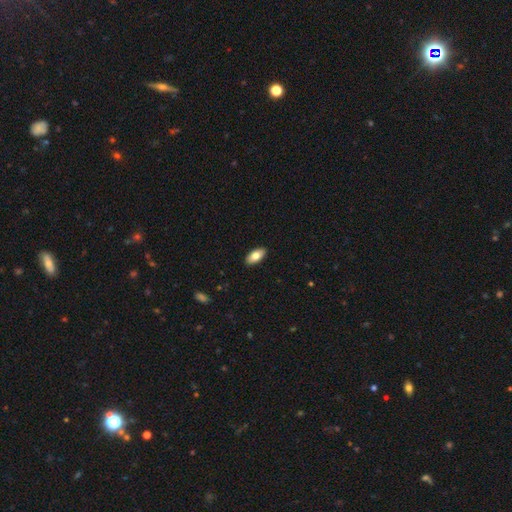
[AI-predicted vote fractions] Q: Smooth or featured?
A: smooth (78%); runner-up: featured or disk (16%)
Q: How rounded?
A: in between (90%); runner-up: cigar-shaped (7%)
Q: Merging?
A: none (90%); runner-up: minor disturbance (7%)